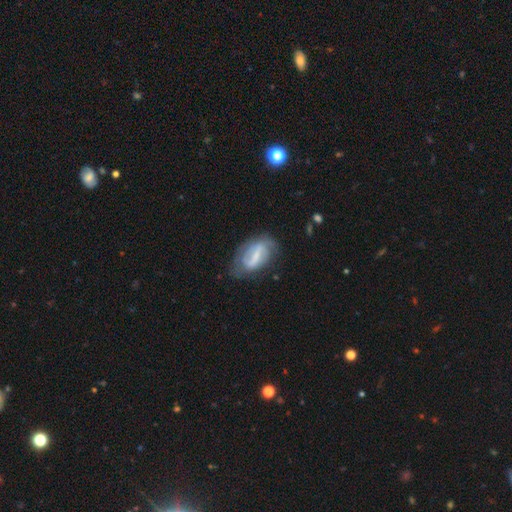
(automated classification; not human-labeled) Smooth or featured: featured or disk — 65% (smooth — 28%)
Edge-on disk: no — 94% (yes — 6%)
Bar: strong — 55% (weak — 34%)
Spiral arms: yes — 70% (no — 30%)
Bulge size: small — 37% (tied with none — 37%)
Merging: none — 60% (minor disturbance — 26%)